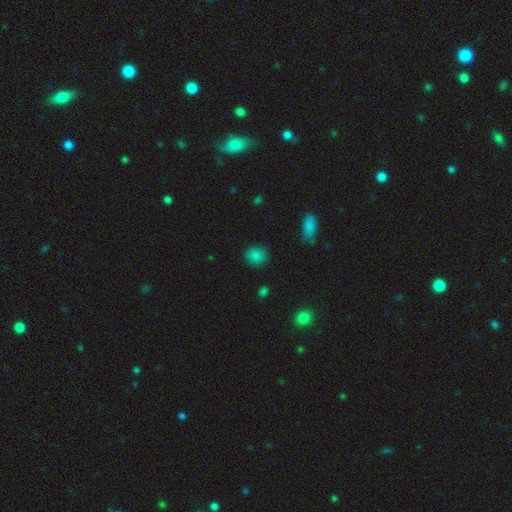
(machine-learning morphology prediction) Smooth or featured: smooth — 85% (star or artifact — 11%)
How rounded: round — 79% (in between — 20%)
Merging: none — 86% (minor disturbance — 10%)